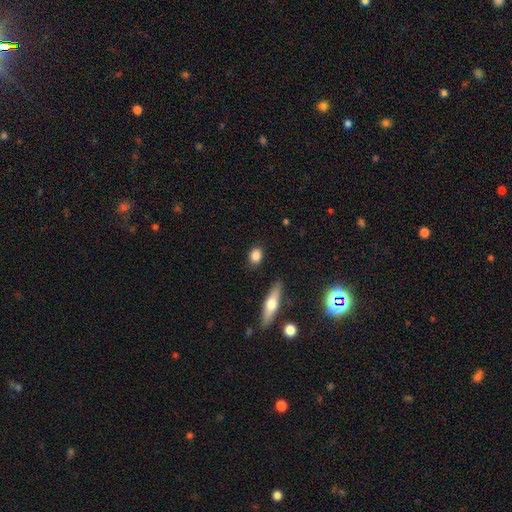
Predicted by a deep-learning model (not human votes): smooth 85%, star or artifact 8%, featured or disk 8%. Down the decision tree: how rounded — in between (61%); merging — none (86%).